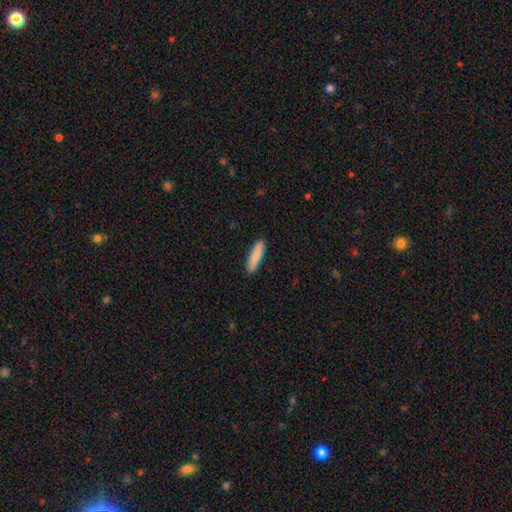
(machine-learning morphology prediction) A smooth galaxy with no disk features (84%) that is cigar-shaped (73%).

Vote fractions:
- Smooth or featured? smooth: 84% / featured or disk: 10% / star or artifact: 6%
- How rounded? cigar-shaped: 73% / in between: 26% / round: 2%
- Merging? none: 90% / minor disturbance: 8% / major disturbance: 2% / merger: 1%